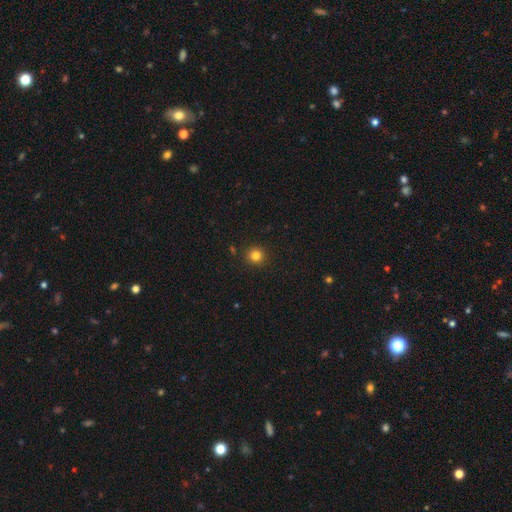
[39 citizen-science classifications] Overall: smooth (85%). How rounded: round (94%). Merging: none (95%).